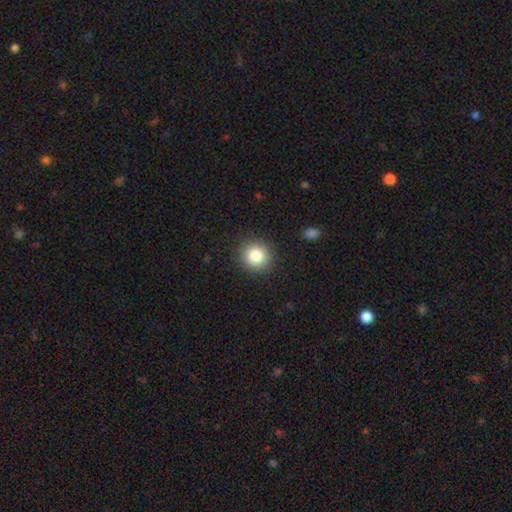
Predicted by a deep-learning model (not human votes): The model was most divided on "smooth or featured": smooth: 83%, star or artifact: 10%, featured or disk: 7%. More confident: merging — none (90%); how rounded — round (87%).